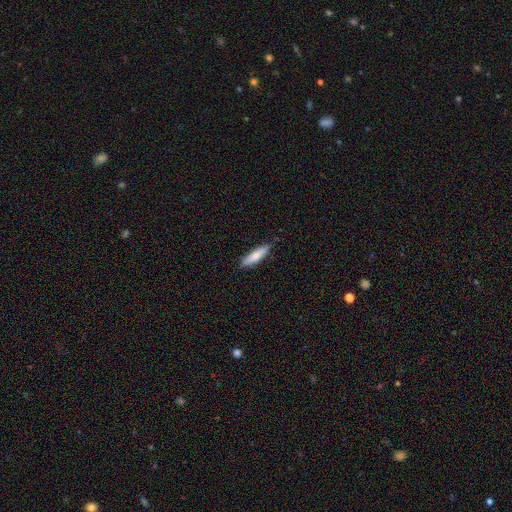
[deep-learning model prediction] The model was most divided on "how rounded": cigar-shaped: 71%, in between: 28%, round: 1%. More confident: merging — none (86%); smooth or featured — smooth (79%).